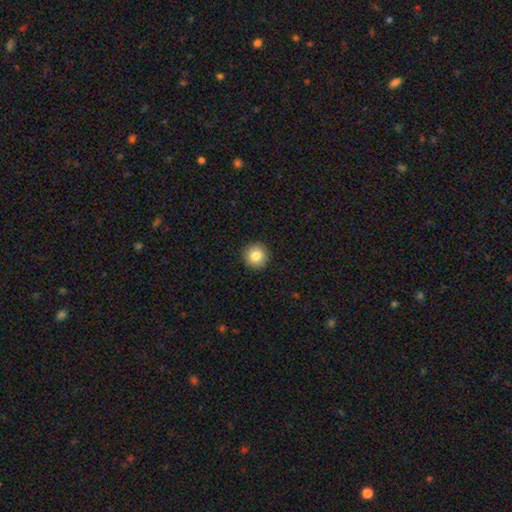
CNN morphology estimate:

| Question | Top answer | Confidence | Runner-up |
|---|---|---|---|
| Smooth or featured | smooth | 84% | star or artifact (10%) |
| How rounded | round | 95% | in between (4%) |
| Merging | none | 93% | minor disturbance (5%) |